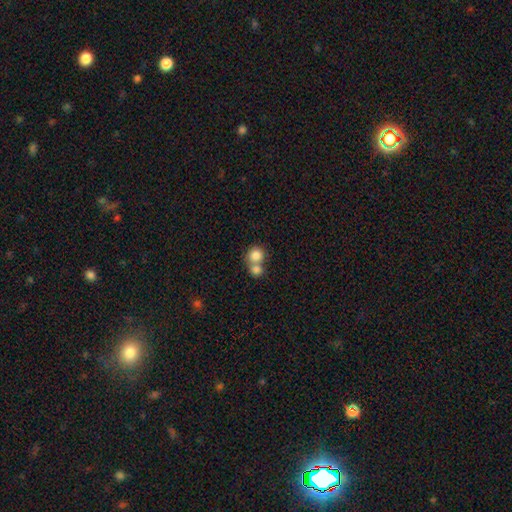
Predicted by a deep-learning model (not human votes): Smooth or featured? Predicted: smooth (p=0.81). How rounded? Predicted: round (p=0.86). Merging? Predicted: merger (p=0.56).